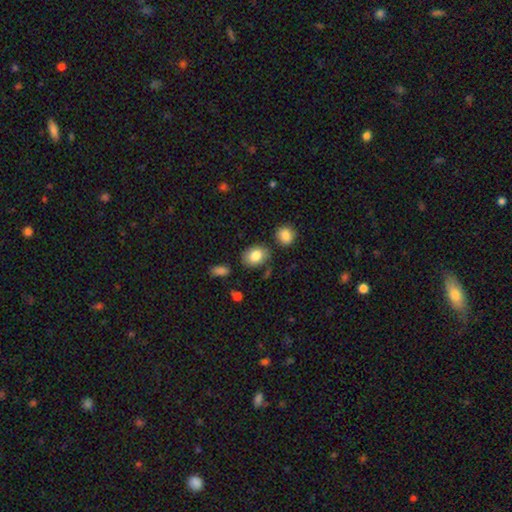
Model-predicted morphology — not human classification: smooth-or-featured: smooth: 82% | featured or disk: 10% | star or artifact: 8%
  how-rounded: in between: 71% | round: 28% | cigar-shaped: 1%
  merging: none: 78% | minor disturbance: 13% | merger: 5% | major disturbance: 3%